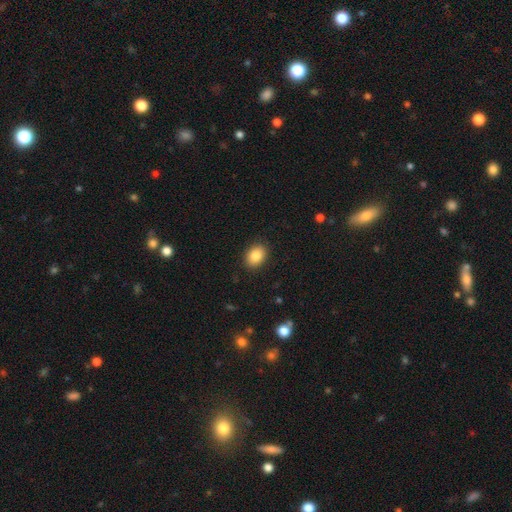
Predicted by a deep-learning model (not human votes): The model was most divided on "how rounded": in between: 71%, round: 28%, cigar-shaped: 1%. More confident: merging — none (88%); smooth or featured — smooth (87%).